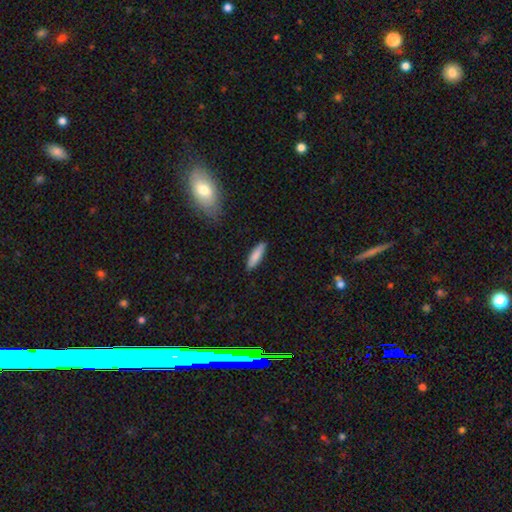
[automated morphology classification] Q: Smooth or featured?
A: smooth (83%); runner-up: featured or disk (11%)
Q: How rounded?
A: cigar-shaped (69%); runner-up: in between (29%)
Q: Merging?
A: none (87%); runner-up: minor disturbance (10%)